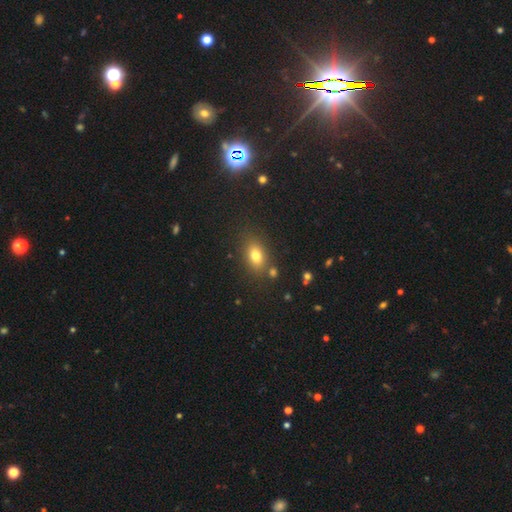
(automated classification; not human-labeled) smooth_or_featured: smooth (p=0.77) [alt: star or artifact p=0.12]
how_rounded: in between (p=0.77) [alt: round p=0.20]
merging: none (p=0.77) [alt: minor disturbance p=0.12]